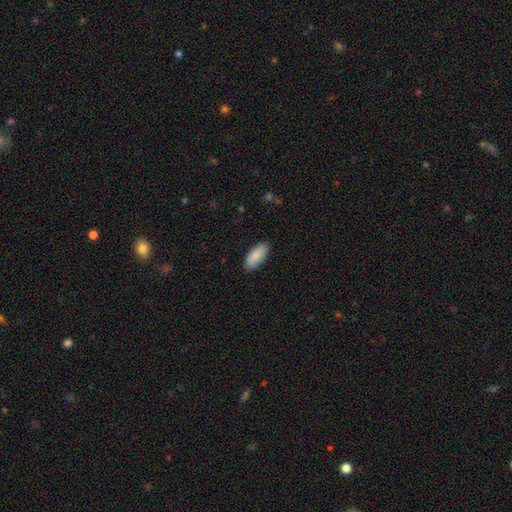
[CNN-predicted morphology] A smooth galaxy with no disk features (88%) that is in between round and cigar-shaped (87%).

Vote fractions:
- Smooth or featured? smooth: 88% / featured or disk: 6% / star or artifact: 6%
- How rounded? in between: 87% / cigar-shaped: 12% / round: 2%
- Merging? none: 87% / minor disturbance: 10% / major disturbance: 2% / merger: 1%